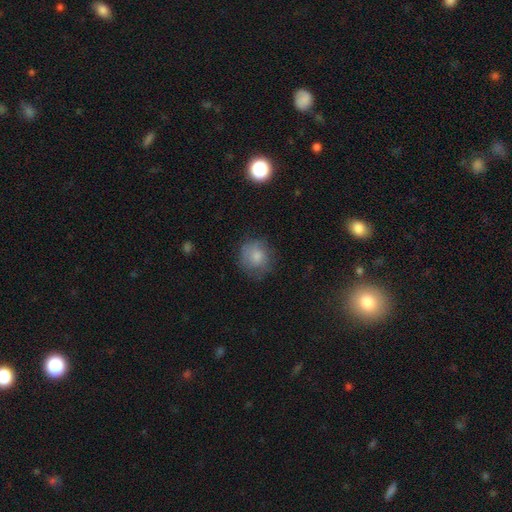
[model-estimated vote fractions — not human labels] smooth-or-featured: smooth: 77% | featured or disk: 14% | star or artifact: 9%
  how-rounded: round: 83% | in between: 16% | cigar-shaped: 1%
  merging: none: 65% | minor disturbance: 24% | major disturbance: 10% | merger: 1%